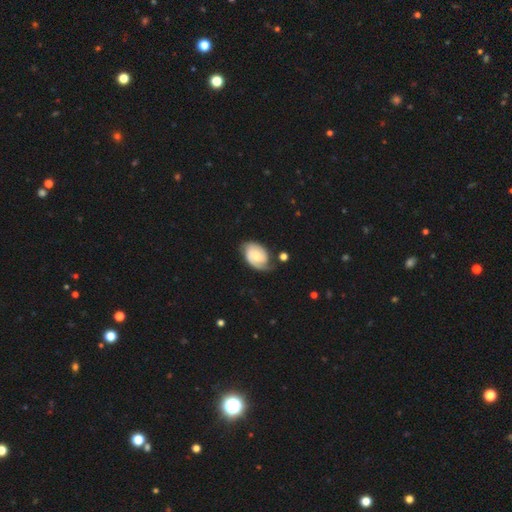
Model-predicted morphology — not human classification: A featured or disk galaxy (70%) with no bar (60%), 2 (67%) tight (55%) spiral arms (94%) and a moderate central bulge (47%).

Vote fractions:
- Smooth or featured? featured or disk: 70% / smooth: 25% / star or artifact: 6%
- Edge-on disk? no: 97% / yes: 3%
- Bar? no: 60% / weak: 34% / strong: 7%
- Spiral arms? yes: 94% / no: 6%
- Spiral winding? tight: 55% / medium: 33% / loose: 12%
- Spiral arm count? 2: 67% / 1: 15% / can't tell: 12% / 3: 3% / 4: 1% / more than 4: 1%
- Bulge size? moderate: 47% / small: 40% / large: 6% / none: 6% / dominant: 2%
- Merging? none: 63% / minor disturbance: 25% / major disturbance: 9% / merger: 3%